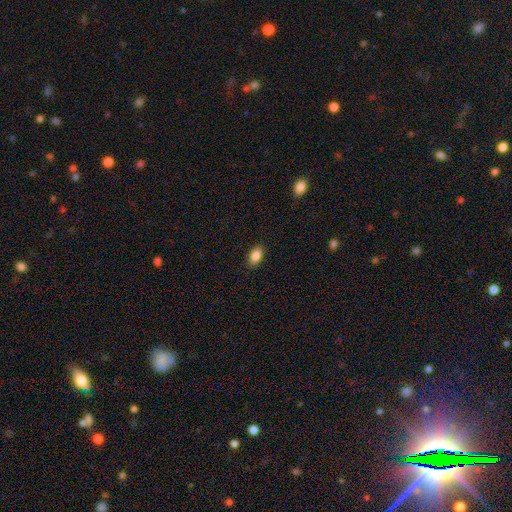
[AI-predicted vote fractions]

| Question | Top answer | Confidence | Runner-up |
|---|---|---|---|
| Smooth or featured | smooth | 87% | star or artifact (8%) |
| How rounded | in between | 90% | round (8%) |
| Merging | none | 88% | minor disturbance (9%) |